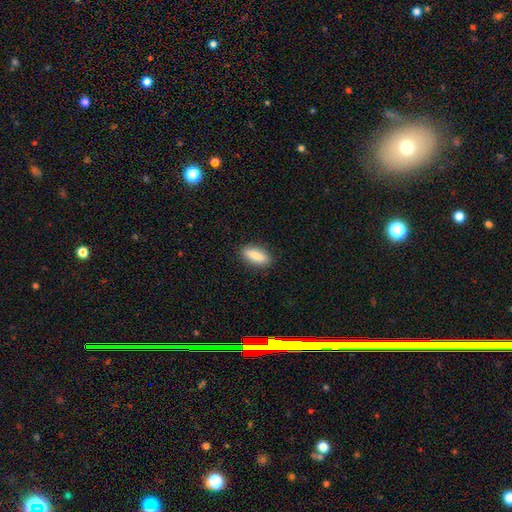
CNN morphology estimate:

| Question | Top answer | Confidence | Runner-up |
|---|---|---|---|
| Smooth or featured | smooth | 87% | featured or disk (7%) |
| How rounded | in between | 69% | cigar-shaped (28%) |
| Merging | none | 89% | minor disturbance (8%) |